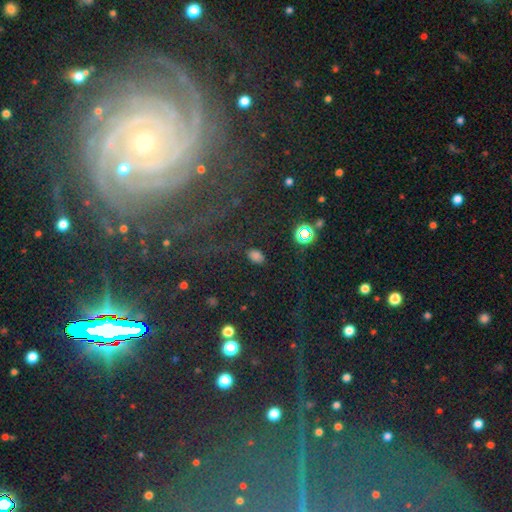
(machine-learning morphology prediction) This appears to be a smooth galaxy with no disk features (68%) that is in between round and cigar-shaped (82%). Merging: none (82%).